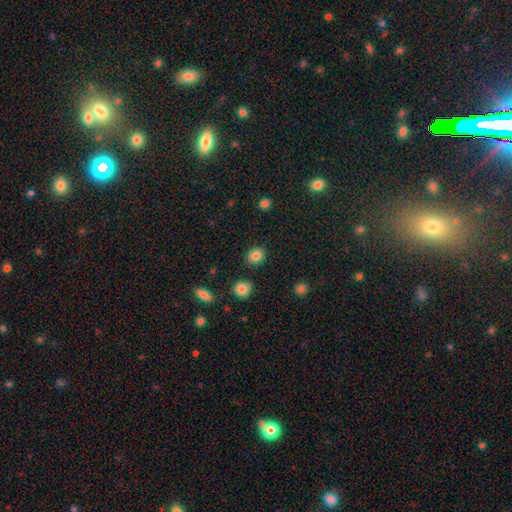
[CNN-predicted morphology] This appears to be a smooth galaxy with no disk features (84%) that is round (71%). Merging: none (89%).